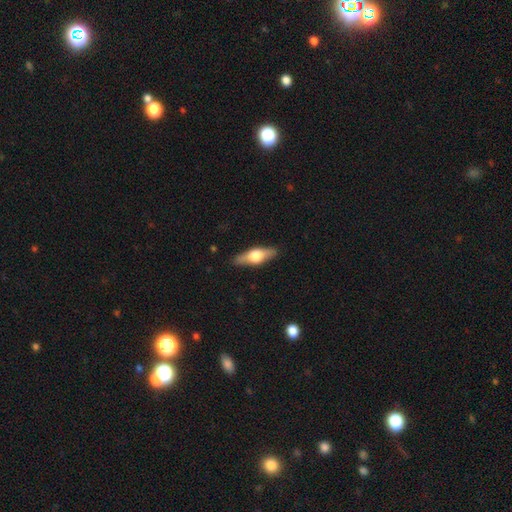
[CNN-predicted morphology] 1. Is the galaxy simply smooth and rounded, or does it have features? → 49% featured or disk, 45% smooth, 6% star or artifact.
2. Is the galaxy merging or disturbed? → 87% none, 9% minor disturbance, 2% major disturbance, 1% merger.